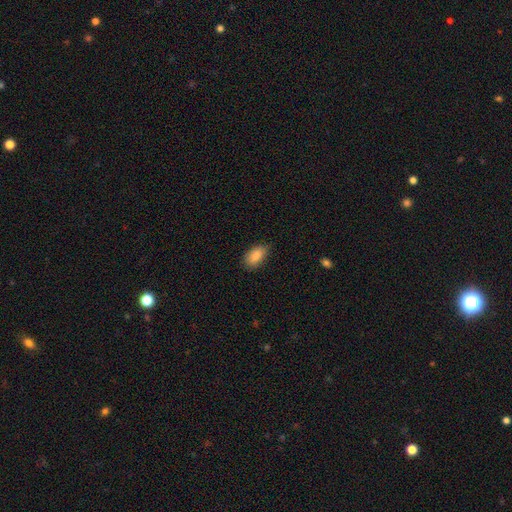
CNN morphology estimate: The model was most divided on "merging": none: 79%, minor disturbance: 17%, major disturbance: 3%, merger: 1%. More confident: how rounded — in between (92%); smooth or featured — smooth (86%).